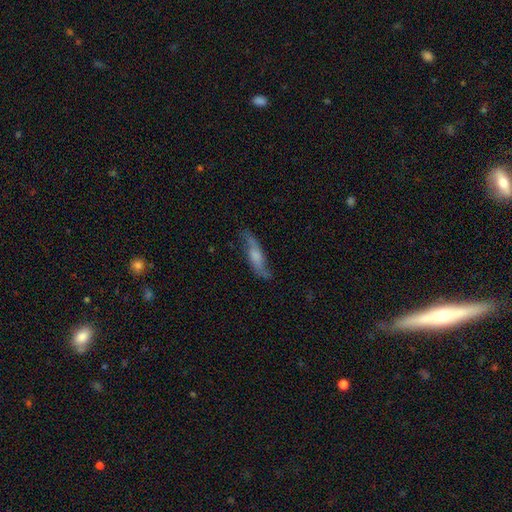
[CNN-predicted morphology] Smooth or featured? Predicted: featured or disk (p=0.57). Edge-on disk? Predicted: no (p=0.58). Merging? Predicted: none (p=0.72).